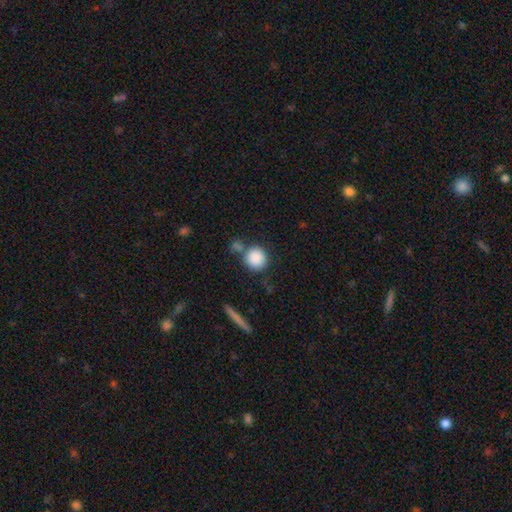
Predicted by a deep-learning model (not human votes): This appears to be a smooth galaxy with no disk features (87%) that is round (90%). Merging: none (70%).